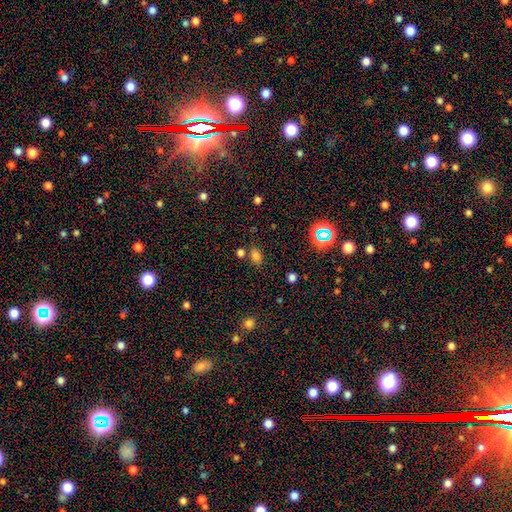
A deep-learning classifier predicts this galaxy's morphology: The model was most divided on "how rounded": in between: 74%, round: 24%, cigar-shaped: 2%. More confident: smooth or featured — smooth (72%); merging — none (70%).